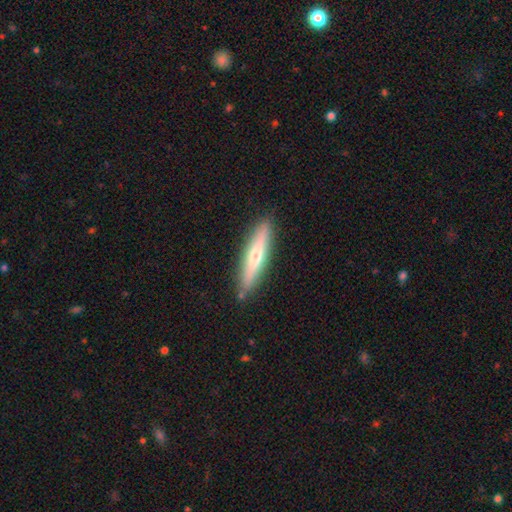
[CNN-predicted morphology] A featured or disk galaxy (51%) viewed edge-on (89%).

Vote fractions:
- Smooth or featured? featured or disk: 51% / smooth: 42% / star or artifact: 6%
- Edge-on disk? yes: 89% / no: 11%
- Merging? none: 90% / minor disturbance: 7% / major disturbance: 2% / merger: 1%